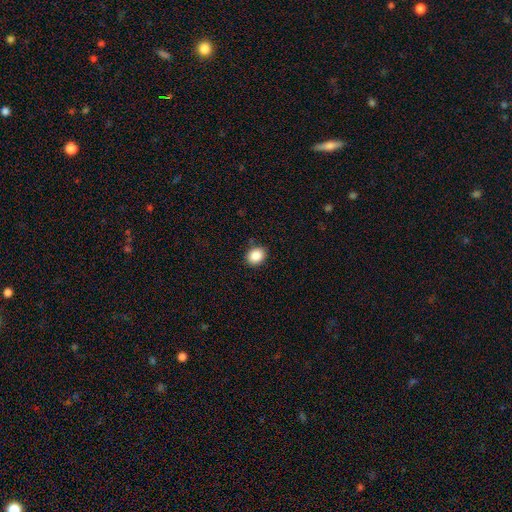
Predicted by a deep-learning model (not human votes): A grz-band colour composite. It shows a smooth galaxy with no disk features (87%) that is round (57%). Merging: none (87%).